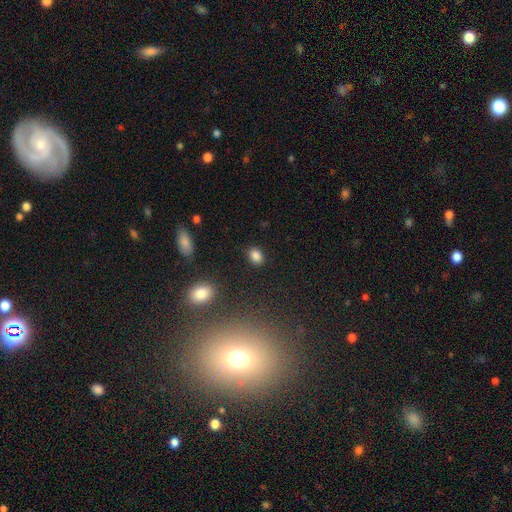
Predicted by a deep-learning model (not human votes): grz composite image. It shows a smooth galaxy with no disk features (84%) that is in between round and cigar-shaped (67%). Merging: none (84%).